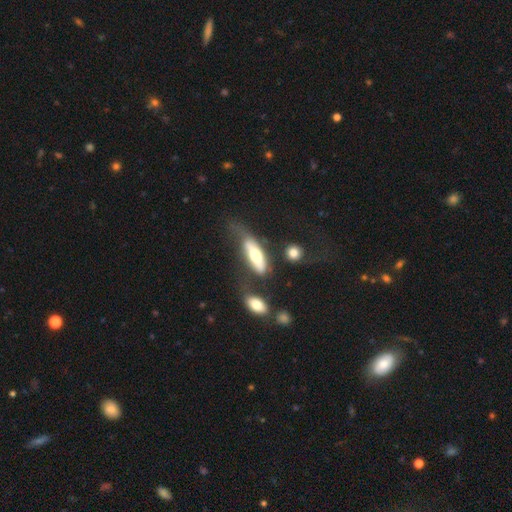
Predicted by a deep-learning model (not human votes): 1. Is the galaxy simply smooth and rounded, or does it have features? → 53% smooth, 42% featured or disk, 6% star or artifact.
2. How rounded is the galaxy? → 55% in between, 42% cigar-shaped, 2% round.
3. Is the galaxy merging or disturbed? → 36% none, 27% major disturbance, 24% minor disturbance, 13% merger.